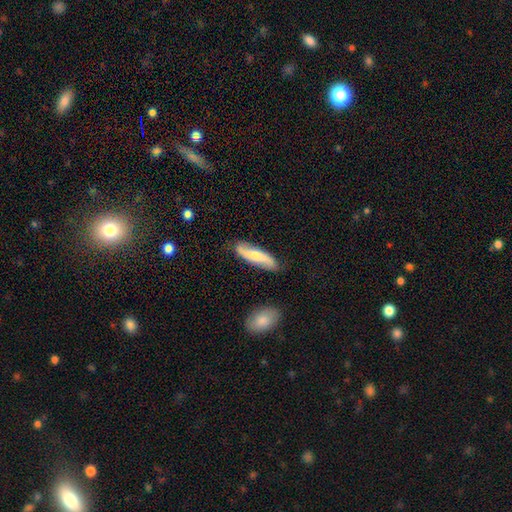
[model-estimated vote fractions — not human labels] The model was most divided on "smooth or featured": featured or disk: 48%, smooth: 46%, star or artifact: 6%. More confident: merging — none (79%).